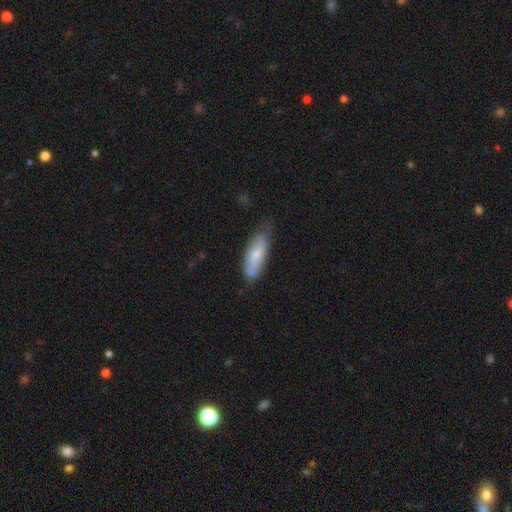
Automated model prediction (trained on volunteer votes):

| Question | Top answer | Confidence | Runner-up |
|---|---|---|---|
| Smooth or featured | smooth | 66% | featured or disk (28%) |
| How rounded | in between | 58% | cigar-shaped (40%) |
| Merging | none | 61% | minor disturbance (30%) |